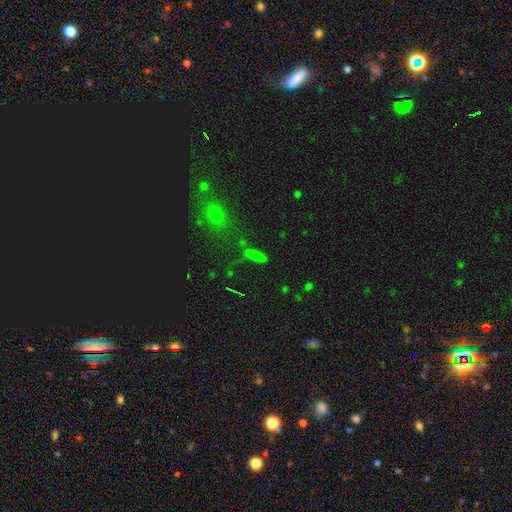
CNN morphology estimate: Q: Smooth or featured?
A: smooth (64%); runner-up: star or artifact (25%)
Q: How rounded?
A: cigar-shaped (63%); runner-up: in between (31%)
Q: Merging?
A: none (62%); runner-up: minor disturbance (17%)